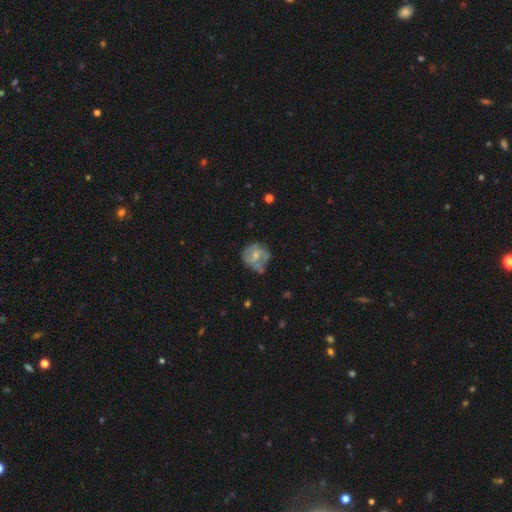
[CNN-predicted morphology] type=featured or disk (67%); edge-on=no (98%); bar=no (61%); spiral arms=yes (79%); winding=medium (44%); arm count=2 (44%); bulge=moderate (48%); merging=none (61%).